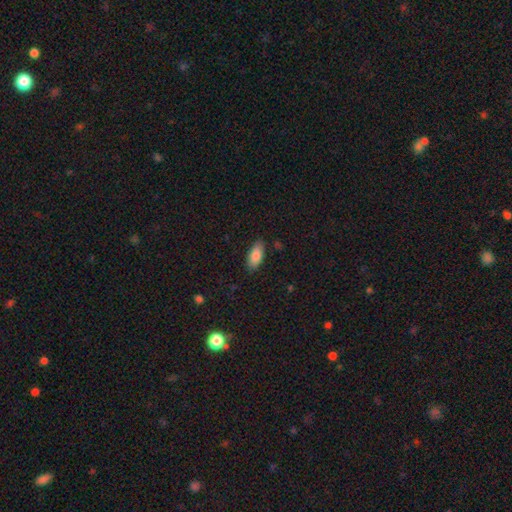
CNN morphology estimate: smooth 83%, featured or disk 10%, star or artifact 7%. Down the decision tree: how rounded — in between (86%); merging — none (85%).